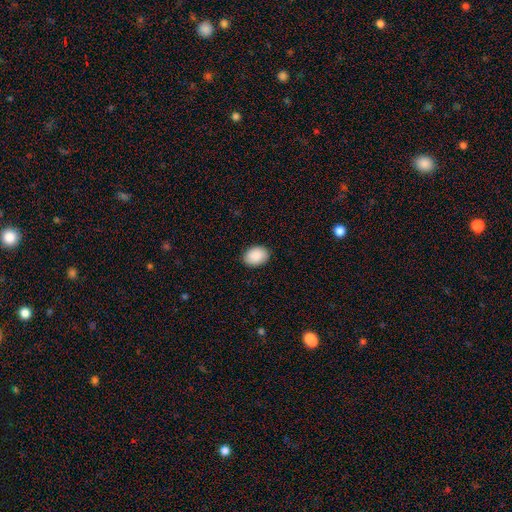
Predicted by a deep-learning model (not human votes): This is clearly a smooth galaxy (91%). How rounded: likely in between (76%). Merging: clearly none (88%).